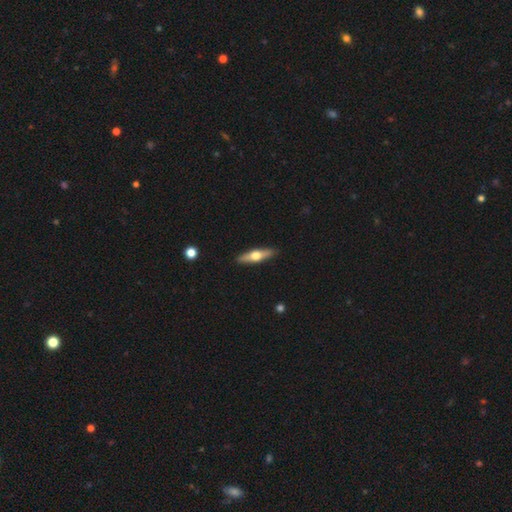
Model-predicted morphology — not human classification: Overall: featured or disk (56%; smooth 38%). Edge-on disk: yes (93%). Edge-on bulge: rounded (95%). Merging: none (91%).